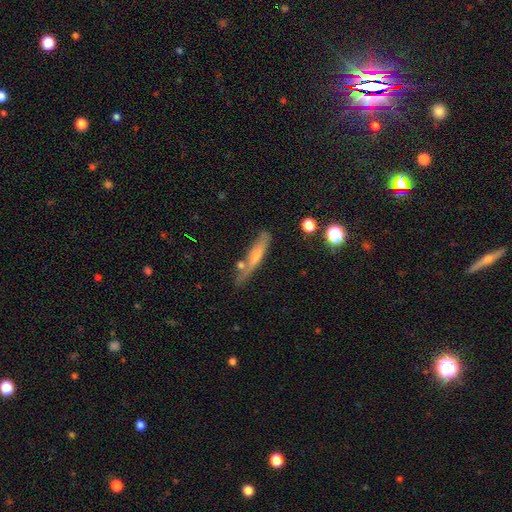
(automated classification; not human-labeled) Q: Smooth or featured?
A: smooth (48%); runner-up: featured or disk (43%)
Q: Merging?
A: none (67%); runner-up: minor disturbance (18%)